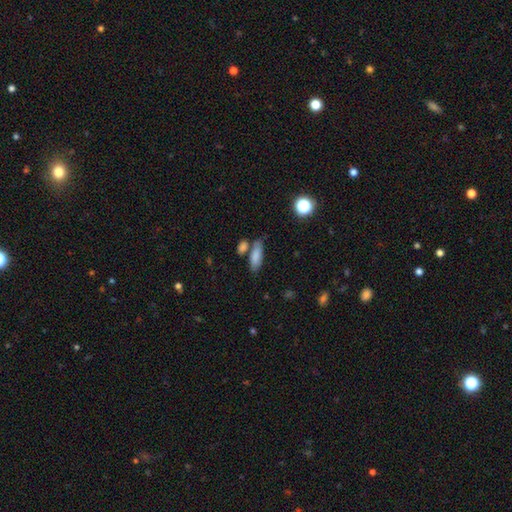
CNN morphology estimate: A smooth galaxy with no disk features (82%) that is in between round and cigar-shaped (65%).

Vote fractions:
- Smooth or featured? smooth: 82% / featured or disk: 10% / star or artifact: 8%
- How rounded? in between: 65% / cigar-shaped: 31% / round: 3%
- Merging? none: 62% / merger: 20% / minor disturbance: 14% / major disturbance: 4%